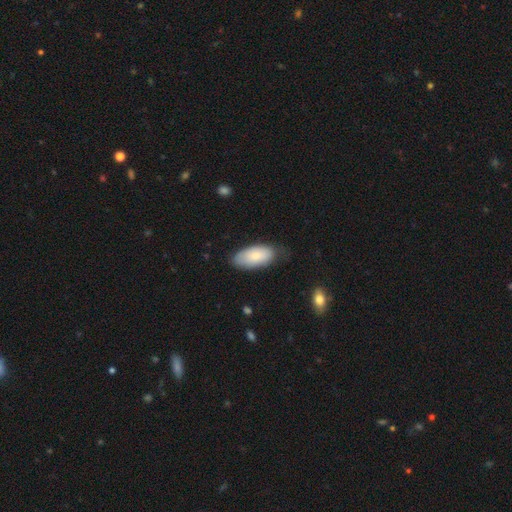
Overall: smooth (82%). How rounded: in between (97%). Merging: none (49%, tied with minor disturbance).